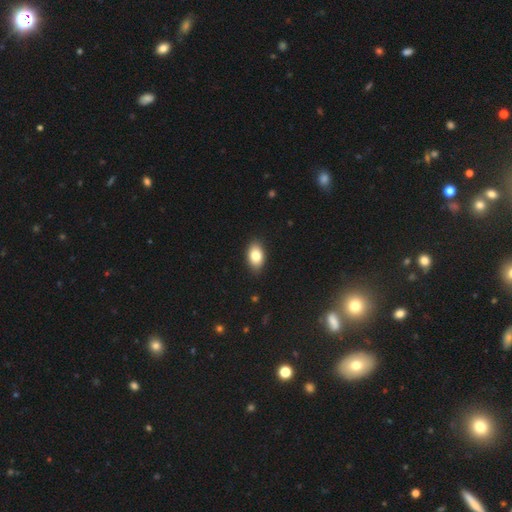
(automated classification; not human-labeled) Smooth or featured?
  - smooth: 84% *
  - featured or disk: 9%
  - star or artifact: 7%
How rounded?
  - in between: 91% *
  - round: 7%
  - cigar-shaped: 2%
Merging?
  - none: 88% *
  - minor disturbance: 9%
  - major disturbance: 2%
  - merger: 1%